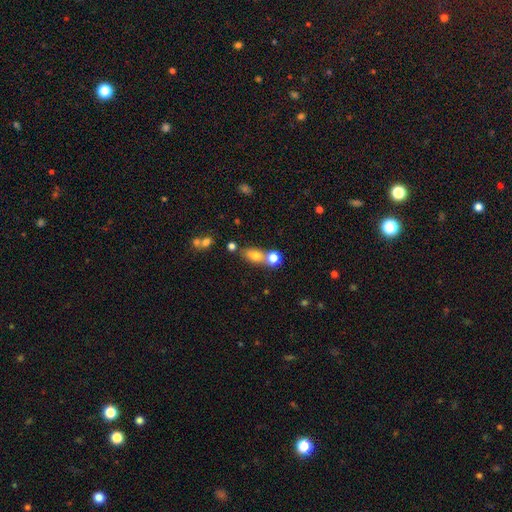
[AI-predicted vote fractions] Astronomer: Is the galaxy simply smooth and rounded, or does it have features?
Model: smooth — 74%.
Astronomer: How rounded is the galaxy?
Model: in between — 67%.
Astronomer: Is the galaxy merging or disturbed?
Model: none — 47% (runner-up: merger, 36%).